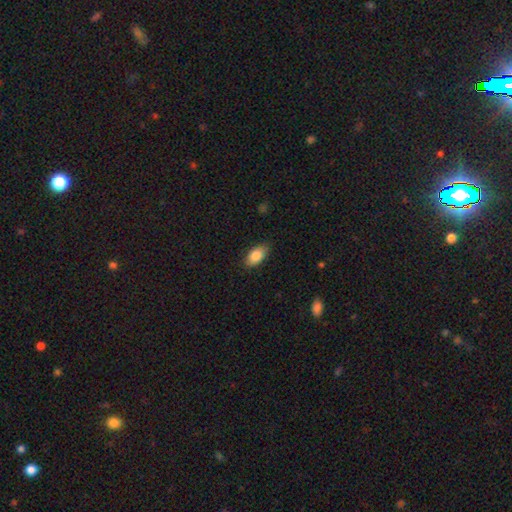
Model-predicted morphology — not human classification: Overall: smooth (85%). How rounded: in between (91%). Merging: none (83%).